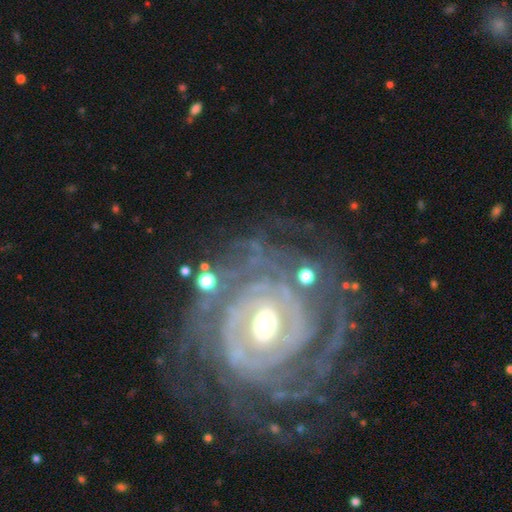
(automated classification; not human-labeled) Morphology: type=featured or disk (87%); edge-on=no (96%); bar=no (44%); spiral arms=yes (92%); winding=tight (72%); arm count=can't tell (36%); bulge=moderate (65%); merging=none (65%).